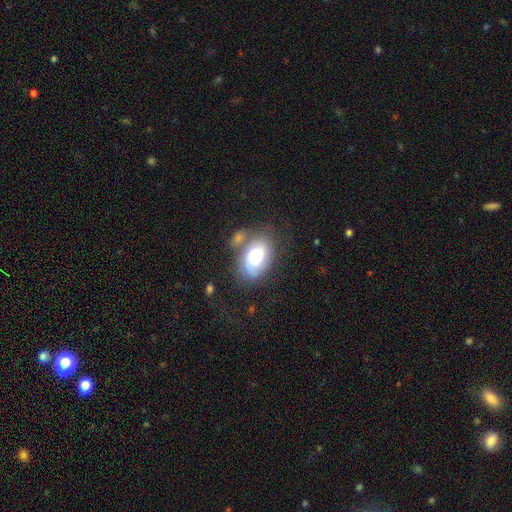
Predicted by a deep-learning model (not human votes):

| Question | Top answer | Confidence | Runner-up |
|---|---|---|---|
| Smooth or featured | smooth | 57% | featured or disk (35%) |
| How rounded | in between | 87% | round (11%) |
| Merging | none | 51% | minor disturbance (22%) |